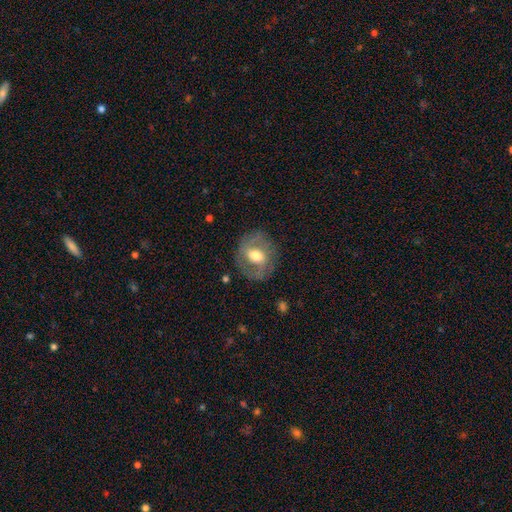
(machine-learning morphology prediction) Smooth or featured: featured or disk — 62% (smooth — 31%)
Edge-on disk: no — 95% (yes — 5%)
Bar: weak — 46% (no — 28%)
Spiral arms: yes — 66% (no — 34%)
Bulge size: moderate — 70% (large — 14%)
Merging: none — 78% (minor disturbance — 14%)